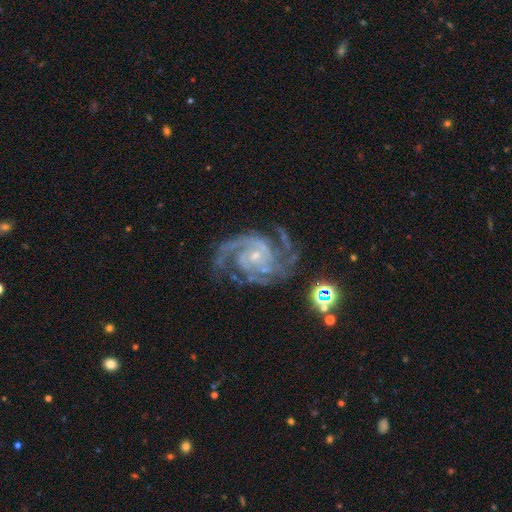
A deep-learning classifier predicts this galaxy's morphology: Smooth or featured? featured or disk (92%)
Edge-on disk? no (98%)
Bar? no (62%)
Spiral arms? yes (99%)
Spiral winding? tight (53%)
Spiral arm count? 3 (34%)
Bulge size? small (78%)
Merging? none (67%)